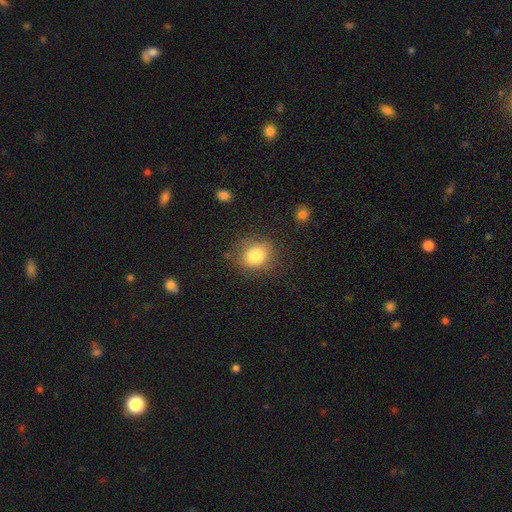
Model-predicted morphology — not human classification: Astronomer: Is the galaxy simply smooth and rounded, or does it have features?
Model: smooth — 82%.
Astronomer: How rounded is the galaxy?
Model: round — 71%.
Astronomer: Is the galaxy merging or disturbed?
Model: none — 80%.